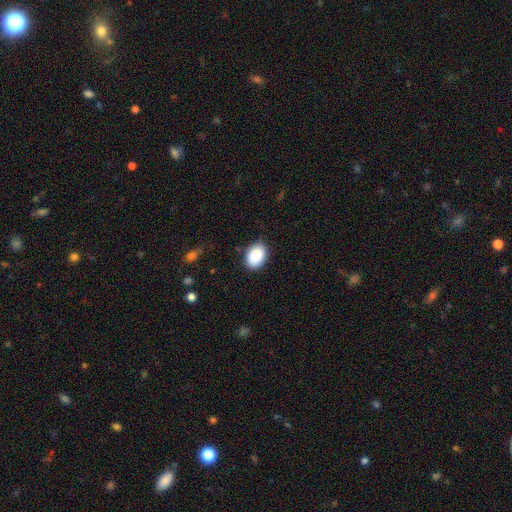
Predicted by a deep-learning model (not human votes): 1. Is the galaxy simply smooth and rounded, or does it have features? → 89% smooth, 7% star or artifact, 4% featured or disk.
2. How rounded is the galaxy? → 83% in between, 16% round, 1% cigar-shaped.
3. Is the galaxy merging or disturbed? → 85% none, 12% minor disturbance, 3% major disturbance, 1% merger.